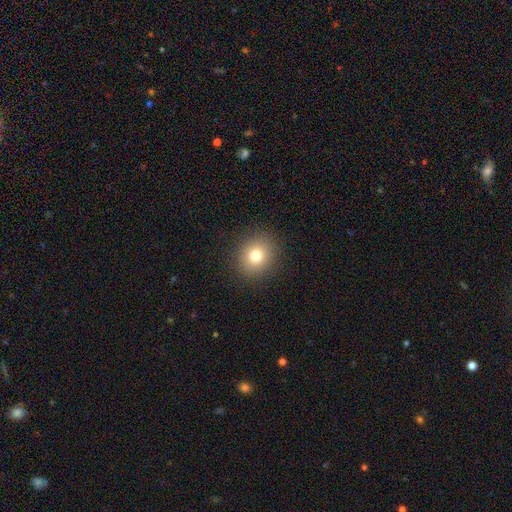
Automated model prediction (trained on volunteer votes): Smooth or featured?
  - smooth: 79% *
  - star or artifact: 12%
  - featured or disk: 9%
How rounded?
  - round: 76% *
  - in between: 23%
  - cigar-shaped: 1%
Merging?
  - none: 90% *
  - minor disturbance: 7%
  - major disturbance: 2%
  - merger: 1%